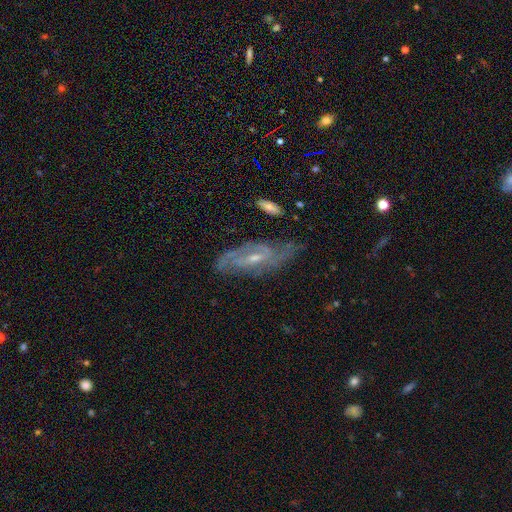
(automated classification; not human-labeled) Smooth or featured: featured or disk — 77% (star or artifact — 12%)
Edge-on disk: no — 88% (yes — 12%)
Bar: weak — 44% (no — 39%)
Spiral arms: yes — 92% (no — 8%)
Spiral winding: tight — 44% (medium — 41%)
Spiral arm count: 2 — 55% (can't tell — 24%)
Bulge size: small — 62% (moderate — 33%)
Merging: none — 75% (minor disturbance — 16%)